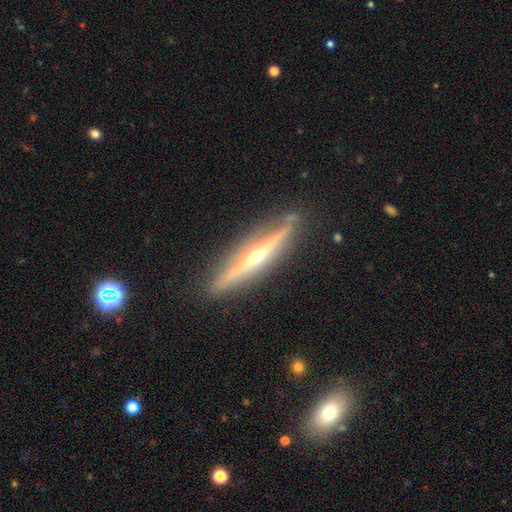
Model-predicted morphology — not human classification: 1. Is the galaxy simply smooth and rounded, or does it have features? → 82% featured or disk, 13% smooth, 5% star or artifact.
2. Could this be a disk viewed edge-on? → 97% yes, 3% no.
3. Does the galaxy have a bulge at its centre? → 89% rounded, 9% none, 3% boxy.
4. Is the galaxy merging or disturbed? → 87% none, 9% minor disturbance, 2% major disturbance, 2% merger.